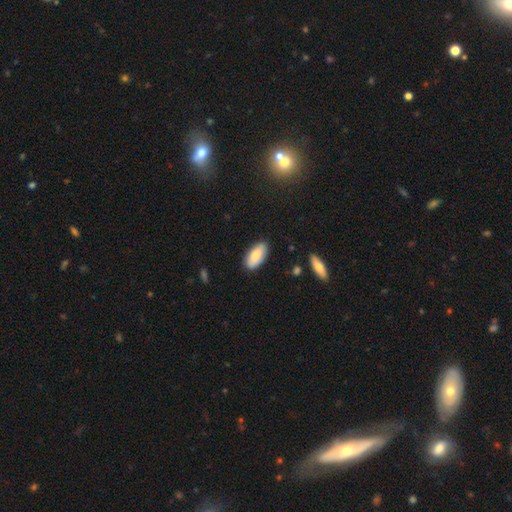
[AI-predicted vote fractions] A smooth galaxy with no disk features (81%) that is in between round and cigar-shaped (91%). Merging: none (85%).